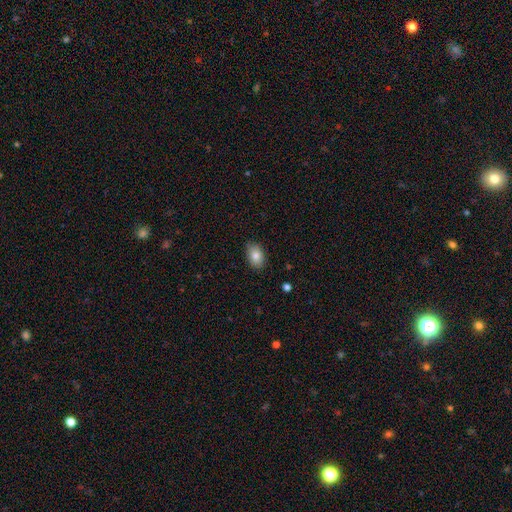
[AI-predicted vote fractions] Overall: smooth (83%). How rounded: in between (87%). Merging: none (87%).